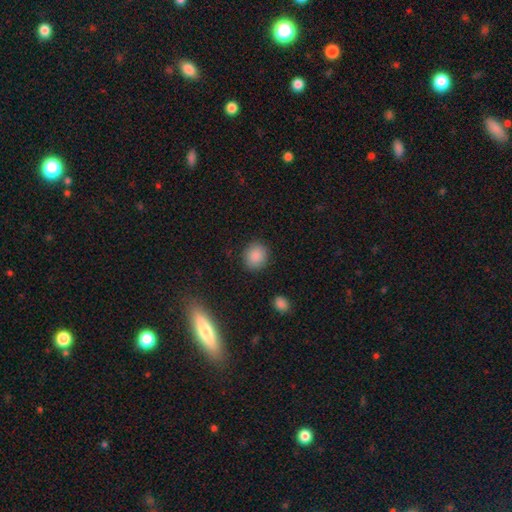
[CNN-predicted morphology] Q: Smooth or featured?
A: smooth (88%); runner-up: star or artifact (8%)
Q: How rounded?
A: round (81%); runner-up: in between (19%)
Q: Merging?
A: none (89%); runner-up: minor disturbance (7%)